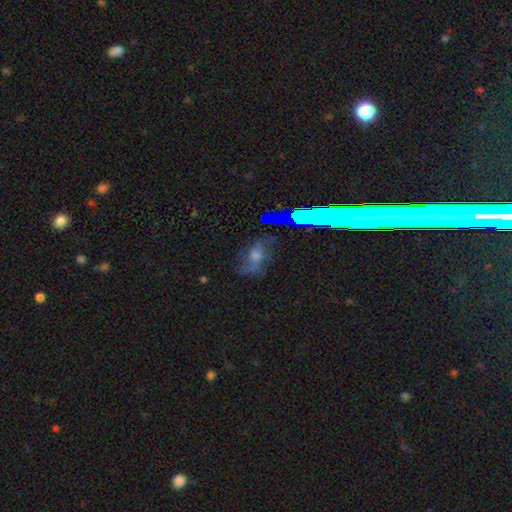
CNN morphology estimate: featured or disk 50%, smooth 28%, star or artifact 22%. Down the decision tree: merging — none (57%).